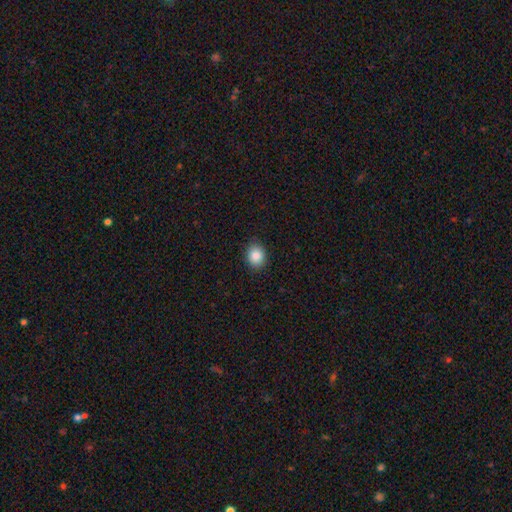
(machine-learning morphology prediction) smooth-or-featured: smooth: 86% | star or artifact: 9% | featured or disk: 5%
  how-rounded: round: 55% | in between: 44% | cigar-shaped: 1%
  merging: none: 89% | minor disturbance: 8% | major disturbance: 2% | merger: 1%